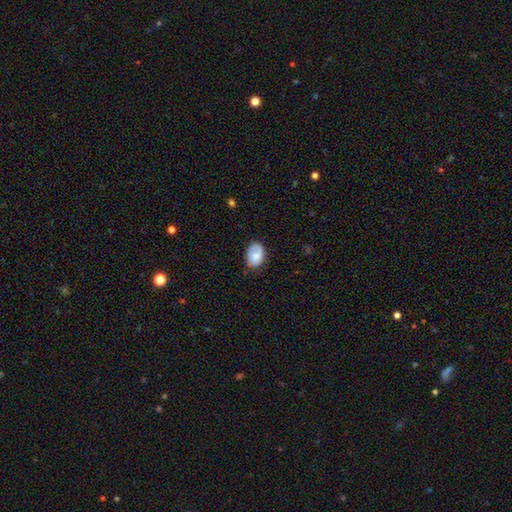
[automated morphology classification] Smooth or featured?
  - smooth: 76% *
  - featured or disk: 17%
  - star or artifact: 7%
How rounded?
  - in between: 83% *
  - round: 16%
  - cigar-shaped: 1%
Merging?
  - none: 66% *
  - minor disturbance: 26%
  - major disturbance: 6%
  - merger: 2%